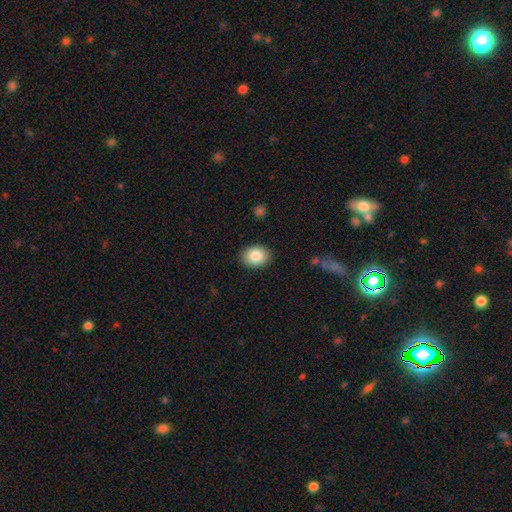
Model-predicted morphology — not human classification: This appears to be a smooth galaxy with no disk features (85%) that is in between round and cigar-shaped (62%). Merging: none (88%).